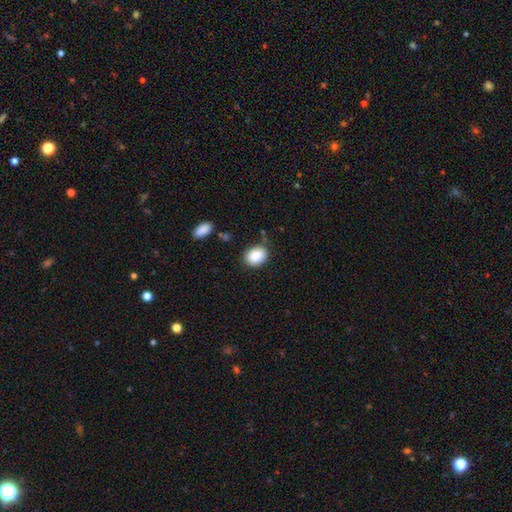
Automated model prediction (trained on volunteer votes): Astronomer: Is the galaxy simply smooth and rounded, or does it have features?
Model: smooth — 89%.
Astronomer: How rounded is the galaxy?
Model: in between — 64%.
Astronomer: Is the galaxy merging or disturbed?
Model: none — 78%.